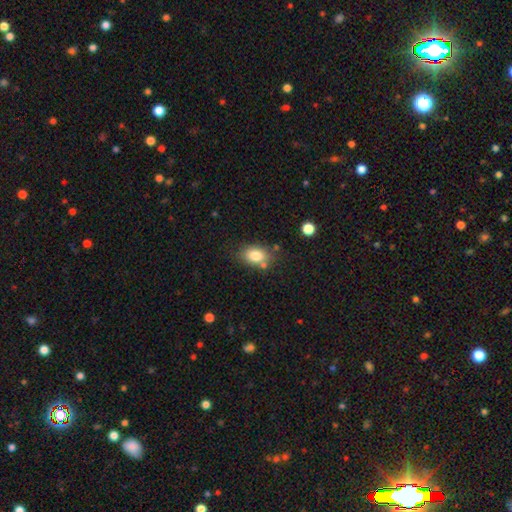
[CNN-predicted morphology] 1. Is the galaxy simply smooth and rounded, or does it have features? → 82% smooth, 9% star or artifact, 9% featured or disk.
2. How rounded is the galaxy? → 76% in between, 23% round, 1% cigar-shaped.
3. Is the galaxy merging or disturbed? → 70% none, 16% minor disturbance, 9% merger, 4% major disturbance.